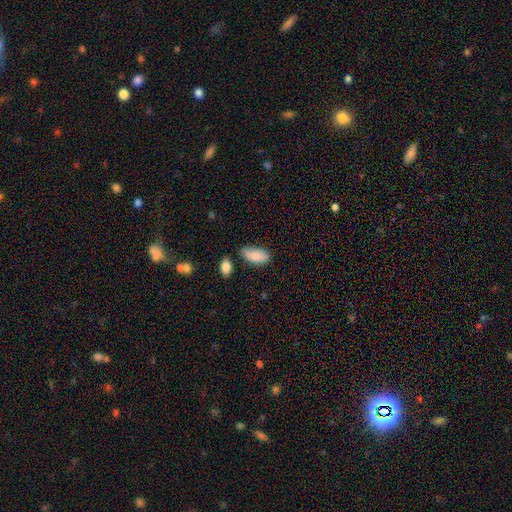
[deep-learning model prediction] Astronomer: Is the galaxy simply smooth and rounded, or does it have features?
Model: smooth — 84%.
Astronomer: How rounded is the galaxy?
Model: in between — 92%.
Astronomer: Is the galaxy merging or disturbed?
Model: none — 62%.